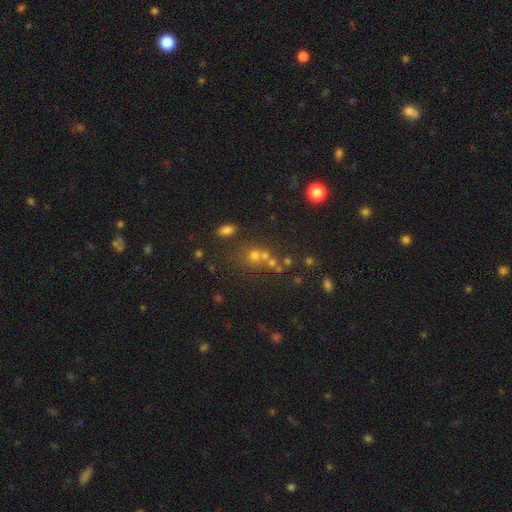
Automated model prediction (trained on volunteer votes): A smooth galaxy with no disk features (51%) that is round (77%).

Vote fractions:
- Smooth or featured? smooth: 51% / star or artifact: 33% / featured or disk: 16%
- How rounded? round: 77% / in between: 21% / cigar-shaped: 2%
- Merging? none: 50% / merger: 34% / minor disturbance: 10% / major disturbance: 6%